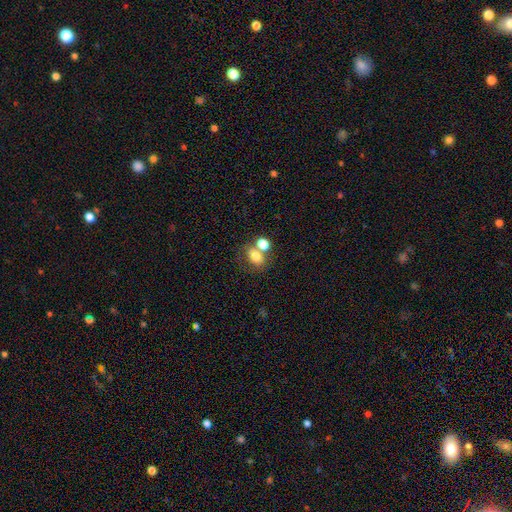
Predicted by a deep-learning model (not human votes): The model was most divided on "merging": none: 45%, merger: 39%, minor disturbance: 11%, major disturbance: 5%. More confident: smooth or featured — smooth (75%); how rounded — in between (63%).